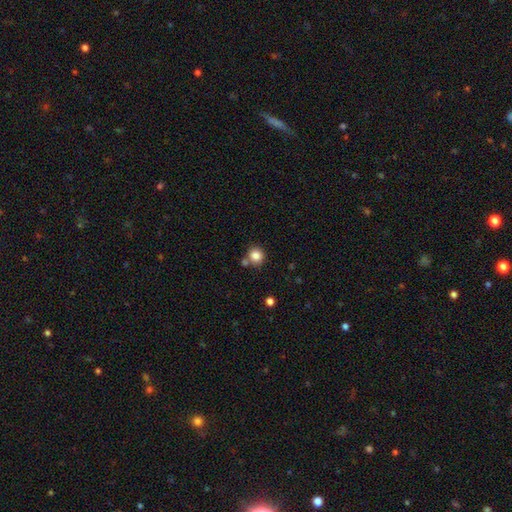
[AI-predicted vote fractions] Overall: smooth (84%). How rounded: round (90%). Merging: none (70%).